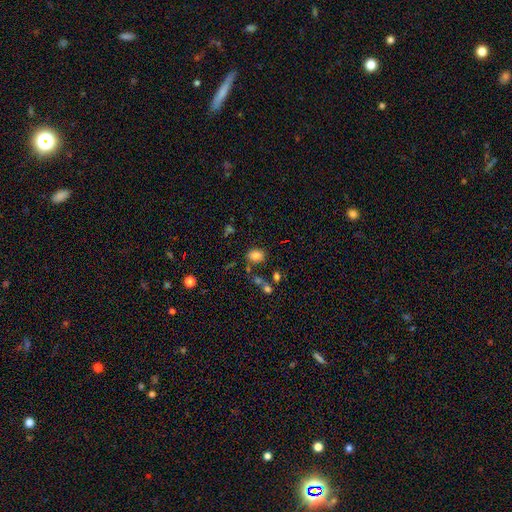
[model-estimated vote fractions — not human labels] Smooth or featured? Predicted: smooth (p=0.81). How rounded? Predicted: in between (p=0.62). Merging? Predicted: none (p=0.78).